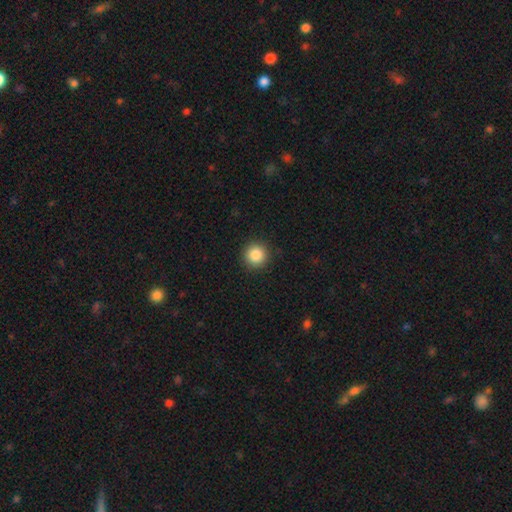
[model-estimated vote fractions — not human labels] Overall: smooth (86%). How rounded: round (95%). Merging: none (92%).